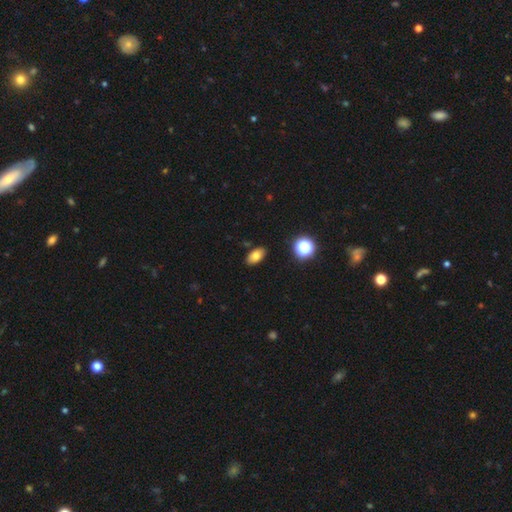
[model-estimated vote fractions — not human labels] Smooth or featured?
  - smooth: 77% *
  - star or artifact: 11%
  - featured or disk: 11%
How rounded?
  - in between: 90% *
  - round: 7%
  - cigar-shaped: 3%
Merging?
  - none: 87% *
  - minor disturbance: 9%
  - merger: 2%
  - major disturbance: 2%